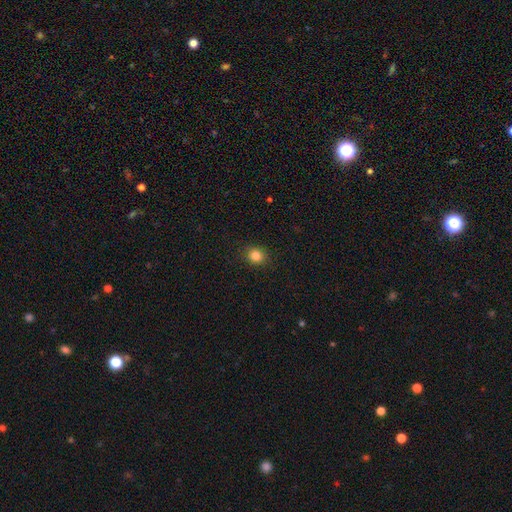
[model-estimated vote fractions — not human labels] A smooth galaxy with no disk features (84%) that is round (79%). Merging: none (90%).